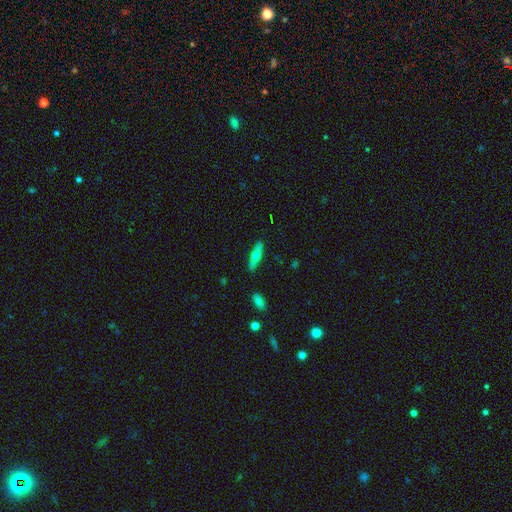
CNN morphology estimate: Smooth or featured? smooth (55%)
How rounded? cigar-shaped (72%)
Merging? none (87%)